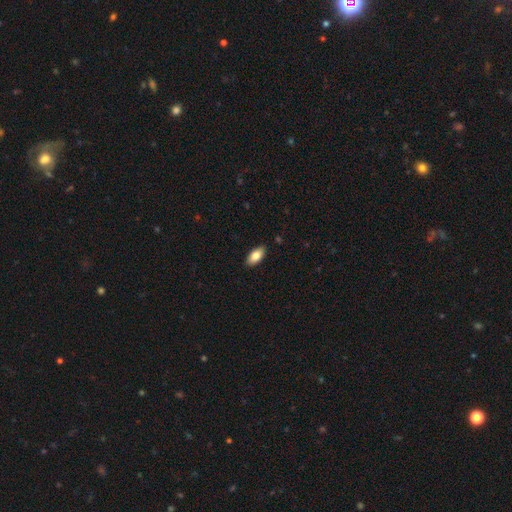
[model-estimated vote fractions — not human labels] smooth 82%, featured or disk 12%, star or artifact 7%. Down the decision tree: how rounded — in between (90%); merging — none (88%).